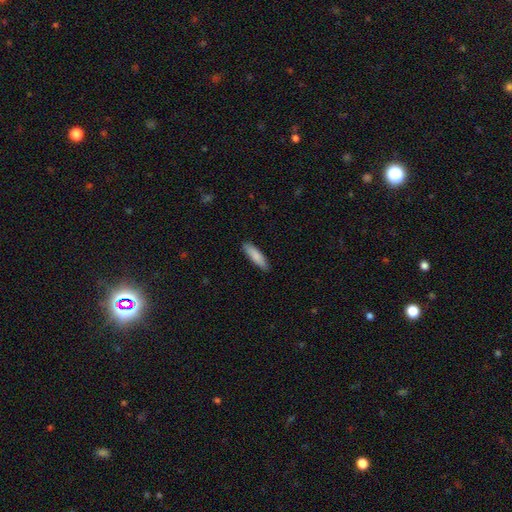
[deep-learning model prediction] Smooth or featured?
  - smooth: 85% *
  - featured or disk: 10%
  - star or artifact: 5%
How rounded?
  - cigar-shaped: 66% *
  - in between: 33%
  - round: 1%
Merging?
  - none: 86% *
  - minor disturbance: 11%
  - major disturbance: 2%
  - merger: 1%